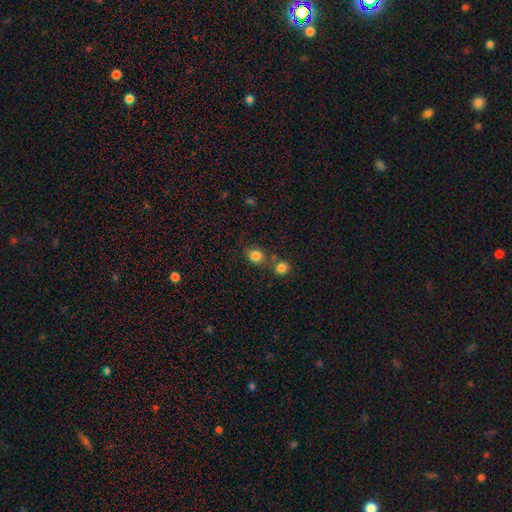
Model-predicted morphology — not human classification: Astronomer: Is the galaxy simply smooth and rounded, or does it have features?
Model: smooth — 82%.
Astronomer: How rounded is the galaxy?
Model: round — 77%.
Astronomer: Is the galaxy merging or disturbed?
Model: none — 66%.